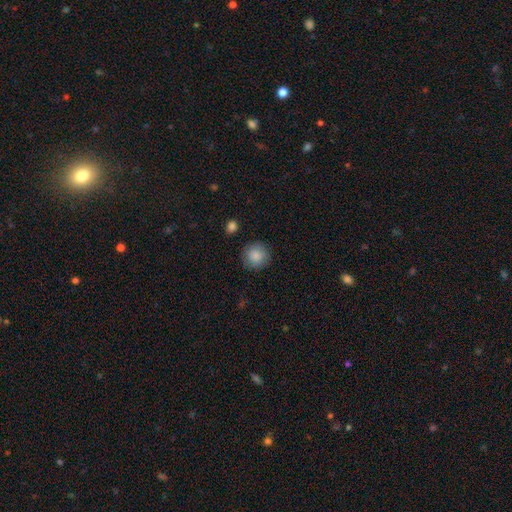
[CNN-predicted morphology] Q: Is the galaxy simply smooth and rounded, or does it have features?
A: smooth — 87%.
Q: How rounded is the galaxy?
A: round — 92%.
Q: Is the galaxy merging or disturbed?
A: none — 88%.